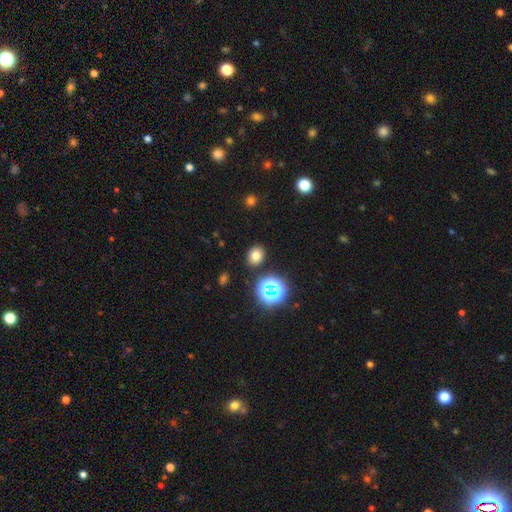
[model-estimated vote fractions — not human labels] Smooth or featured: smooth — 72% (star or artifact — 20%)
How rounded: round — 51% (in between — 48%)
Merging: none — 86% (minor disturbance — 8%)